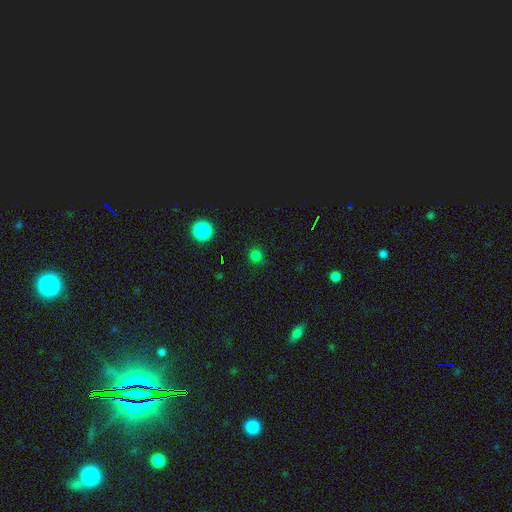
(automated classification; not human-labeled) smooth 75%, star or artifact 22%, featured or disk 4%. Down the decision tree: how rounded — round (88%); merging — none (87%).